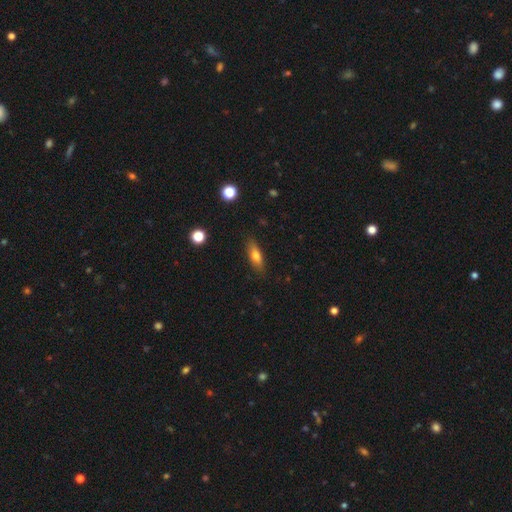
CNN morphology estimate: smooth_or_featured: smooth (p=0.71) [alt: featured or disk p=0.22]
how_rounded: in between (p=0.57) [alt: cigar-shaped p=0.40]
merging: none (p=0.85) [alt: minor disturbance p=0.11]